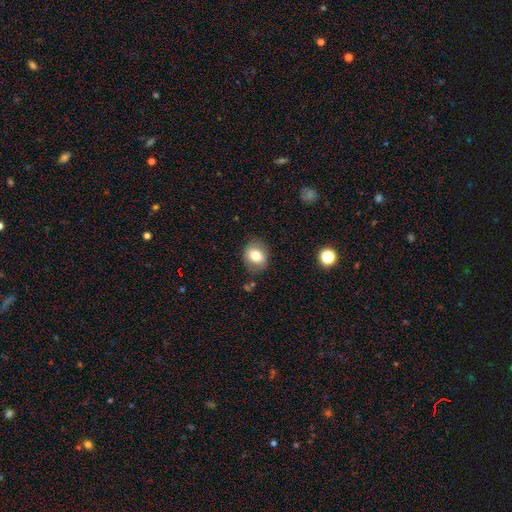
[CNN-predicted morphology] Smooth or featured? smooth (76%)
How rounded? round (54%)
Merging? none (81%)